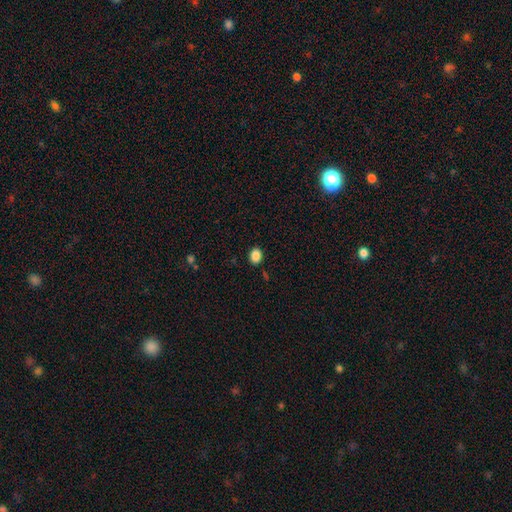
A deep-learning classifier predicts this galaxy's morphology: Smooth or featured: smooth — 87% (star or artifact — 10%)
How rounded: in between — 56% (round — 43%)
Merging: none — 89% (minor disturbance — 8%)